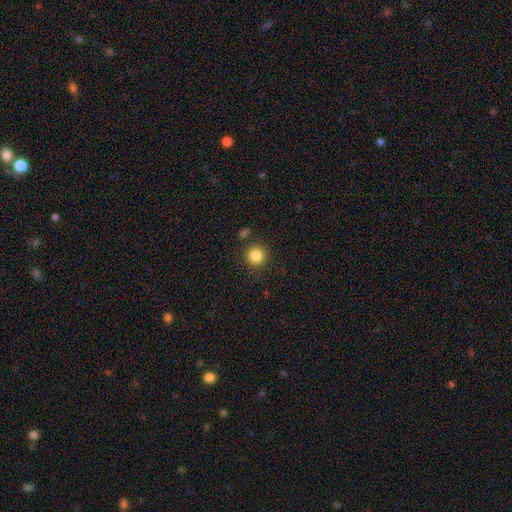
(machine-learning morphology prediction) This is clearly a smooth galaxy (85%). How rounded: clearly round (94%). Merging: clearly none (86%).